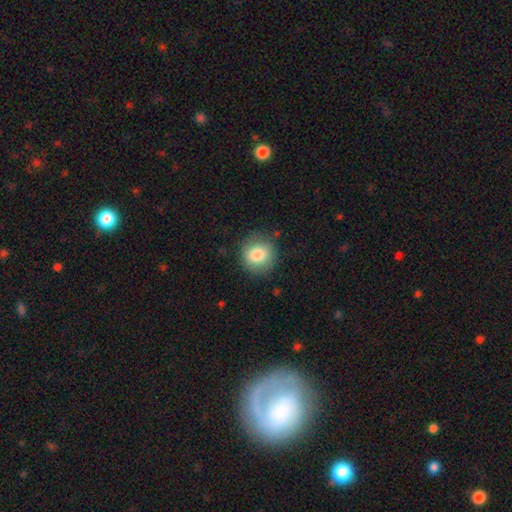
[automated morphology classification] A smooth galaxy with no disk features (83%) that is round (87%). Merging: none (82%).